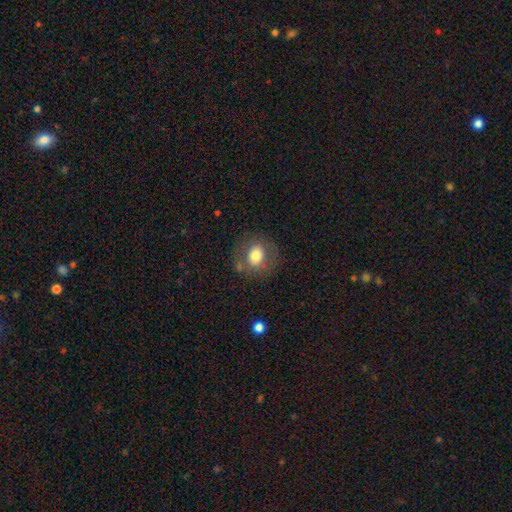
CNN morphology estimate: Smooth or featured?
  - smooth: 70% *
  - featured or disk: 21%
  - star or artifact: 9%
How rounded?
  - round: 71% *
  - in between: 28%
  - cigar-shaped: 1%
Merging?
  - none: 76% *
  - minor disturbance: 14%
  - major disturbance: 7%
  - merger: 3%